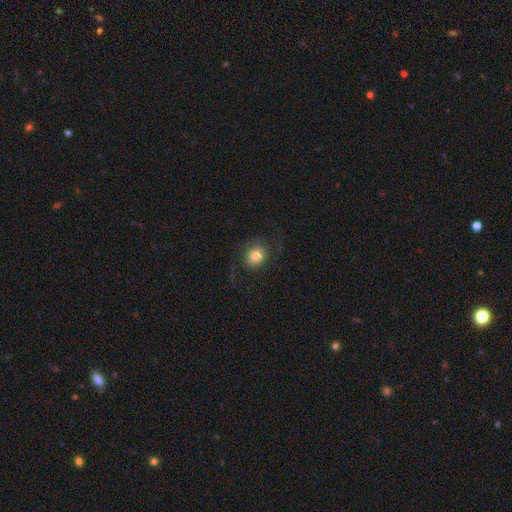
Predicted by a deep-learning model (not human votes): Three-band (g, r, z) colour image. It shows a smooth galaxy with no disk features (74%) that is round (67%). Merging: none (72%).